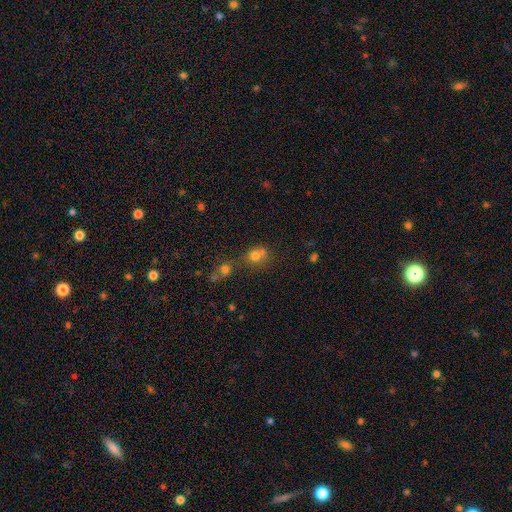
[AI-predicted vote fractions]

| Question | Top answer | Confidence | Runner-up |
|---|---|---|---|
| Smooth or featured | smooth | 71% | star or artifact (17%) |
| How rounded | round | 79% | in between (19%) |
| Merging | merger | 46% | none (40%) |